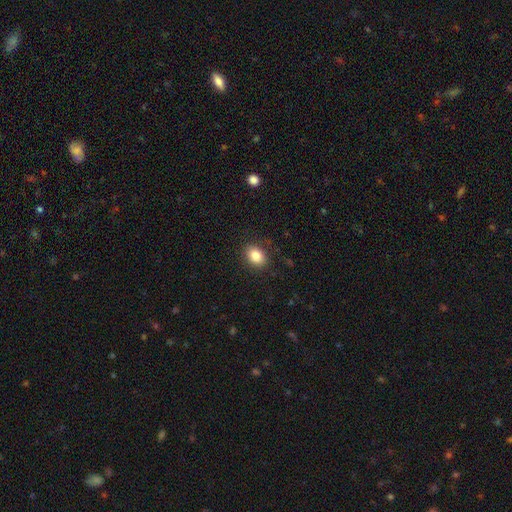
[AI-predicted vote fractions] Smooth or featured? Predicted: smooth (p=0.83). How rounded? Predicted: in between (p=0.66). Merging? Predicted: none (p=0.88).